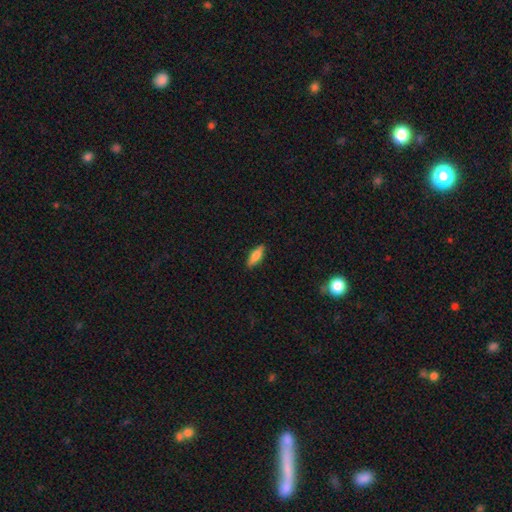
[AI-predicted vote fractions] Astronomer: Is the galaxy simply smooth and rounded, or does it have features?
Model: smooth — 78%.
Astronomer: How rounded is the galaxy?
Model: in between — 54% (runner-up: cigar-shaped, 44%).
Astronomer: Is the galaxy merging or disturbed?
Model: none — 88%.